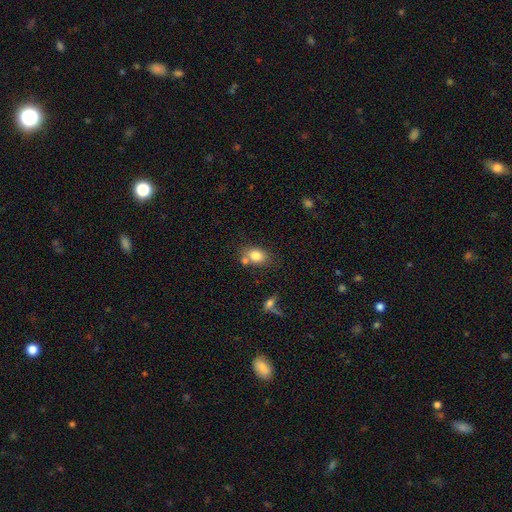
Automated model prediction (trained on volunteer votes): Smooth or featured?
  - smooth: 81% *
  - featured or disk: 10%
  - star or artifact: 9%
How rounded?
  - in between: 71% *
  - round: 27%
  - cigar-shaped: 2%
Merging?
  - none: 61% *
  - merger: 21%
  - minor disturbance: 14%
  - major disturbance: 4%